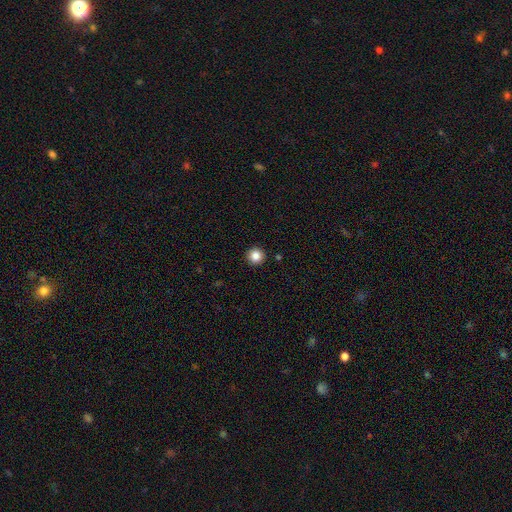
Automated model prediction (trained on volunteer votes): Smooth or featured: smooth — 85% (star or artifact — 10%)
How rounded: round — 96% (in between — 3%)
Merging: none — 93% (minor disturbance — 4%)